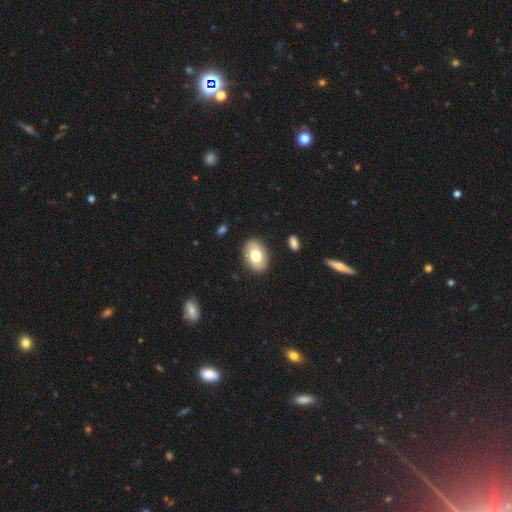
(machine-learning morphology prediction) smooth_or_featured: smooth (p=0.74) [alt: featured or disk p=0.19]
how_rounded: in between (p=0.84) [alt: round p=0.14]
merging: none (p=0.87) [alt: minor disturbance p=0.09]